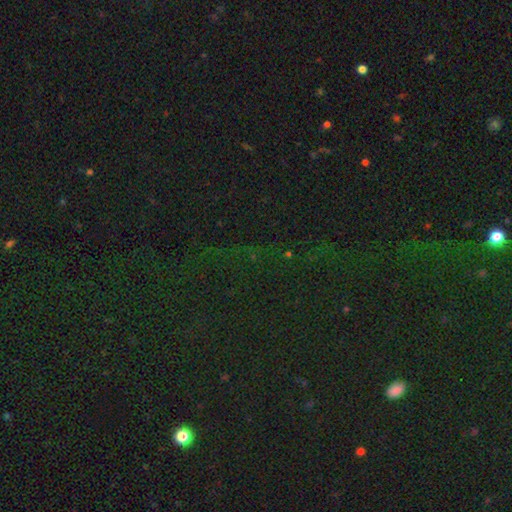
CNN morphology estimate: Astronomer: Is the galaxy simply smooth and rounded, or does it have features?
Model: star or artifact — 80%.